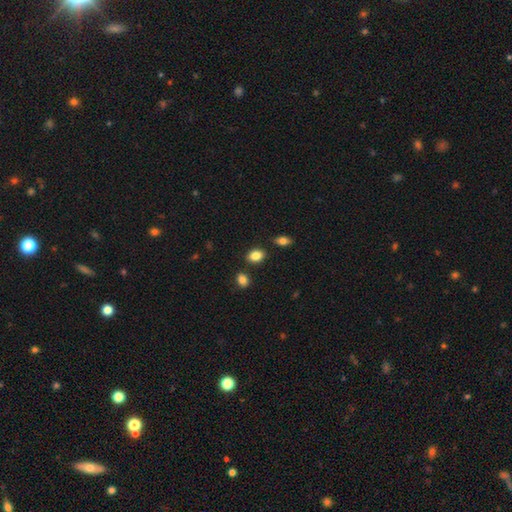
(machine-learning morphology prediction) Smooth or featured?
  - smooth: 85% *
  - star or artifact: 9%
  - featured or disk: 6%
How rounded?
  - in between: 78% *
  - round: 21%
  - cigar-shaped: 1%
Merging?
  - none: 81% *
  - minor disturbance: 10%
  - merger: 6%
  - major disturbance: 3%